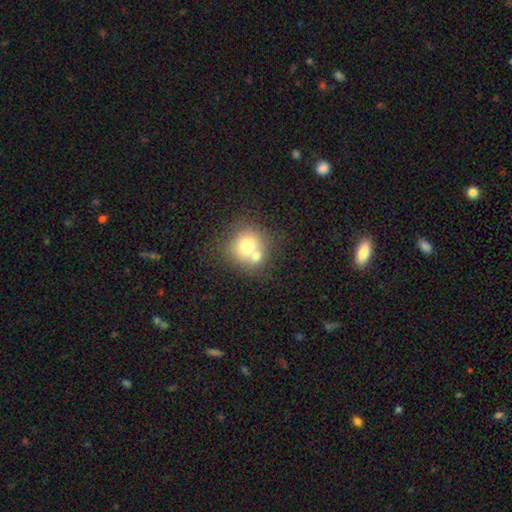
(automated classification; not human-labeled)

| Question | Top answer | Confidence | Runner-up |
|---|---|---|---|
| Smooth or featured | smooth | 68% | featured or disk (21%) |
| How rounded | round | 84% | in between (15%) |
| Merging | merger | 49% | none (40%) |